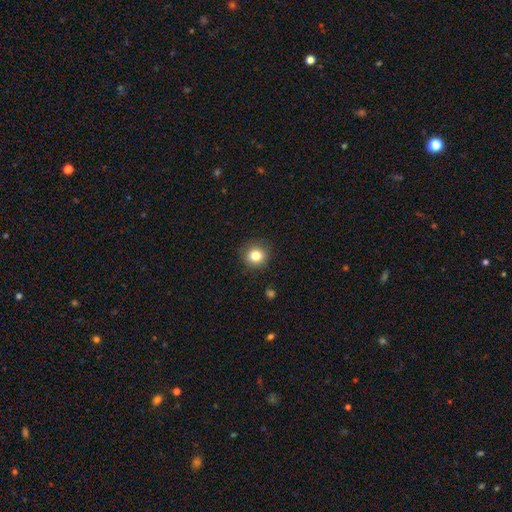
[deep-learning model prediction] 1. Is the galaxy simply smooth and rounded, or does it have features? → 81% smooth, 11% star or artifact, 7% featured or disk.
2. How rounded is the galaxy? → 92% round, 7% in between, 1% cigar-shaped.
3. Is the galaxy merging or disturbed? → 89% none, 8% minor disturbance, 2% major disturbance, 1% merger.